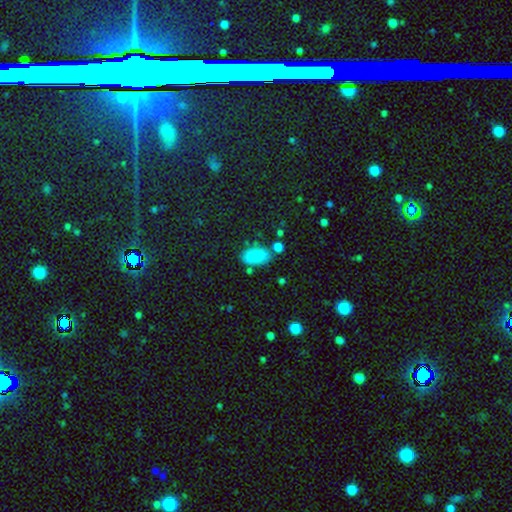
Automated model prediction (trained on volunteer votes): This appears to be a smooth galaxy with no disk features (83%) that is in between round and cigar-shaped (93%). Merging: none (70%).